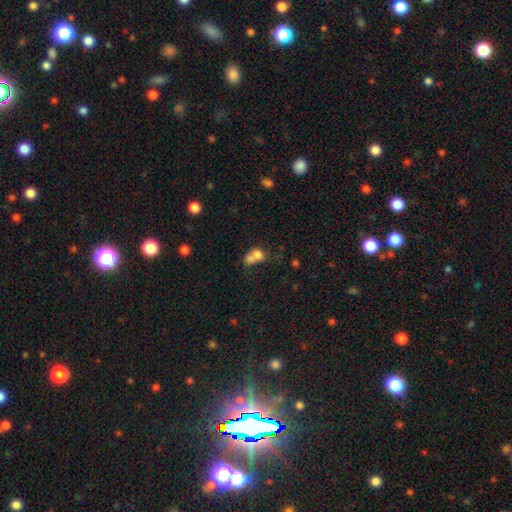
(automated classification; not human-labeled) Morphology: type=smooth (71%); roundness=in between (52%); merging=merger (68%).